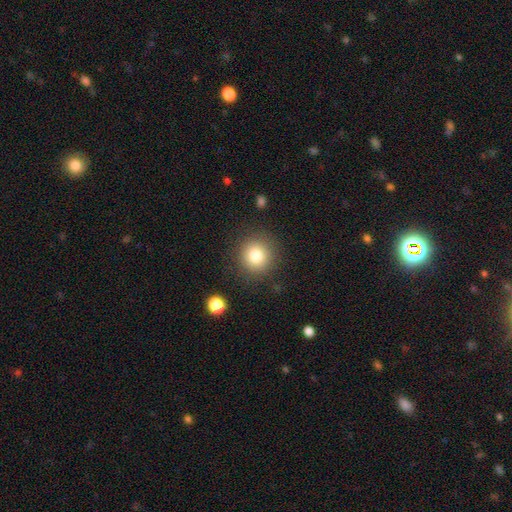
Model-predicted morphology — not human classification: Overall: smooth (81%). How rounded: round (91%). Merging: none (86%).